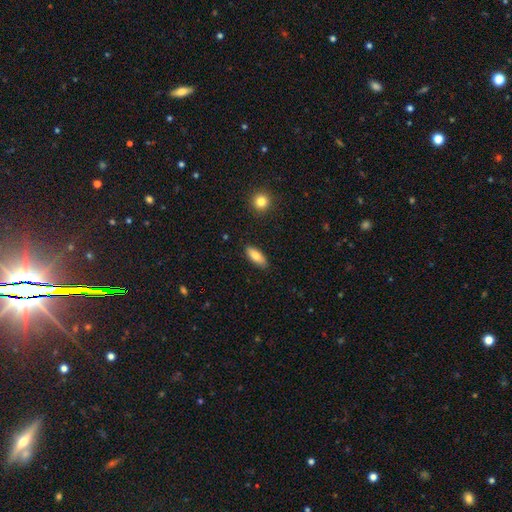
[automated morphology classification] A smooth galaxy with no disk features (81%) that is in between round and cigar-shaped (74%). Merging: none (87%).